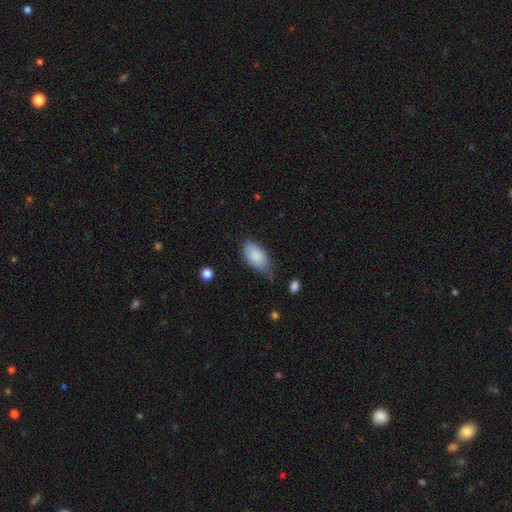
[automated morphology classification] This is clearly a smooth galaxy (84%). How rounded: clearly in between (94%). Merging: possibly none (45%).